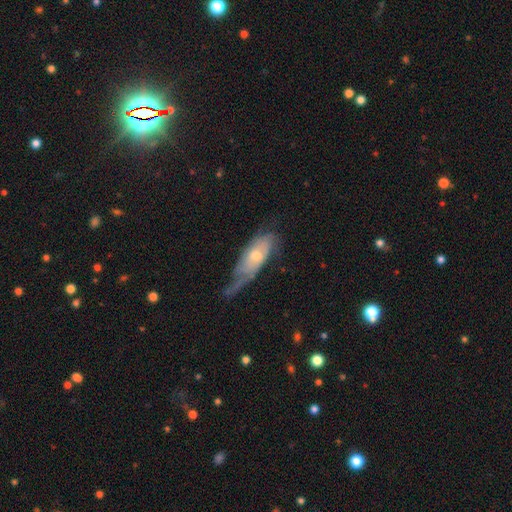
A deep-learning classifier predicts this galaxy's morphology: type=featured or disk (58%); edge-on=no (76%); merging=minor disturbance (35%, tied with none).